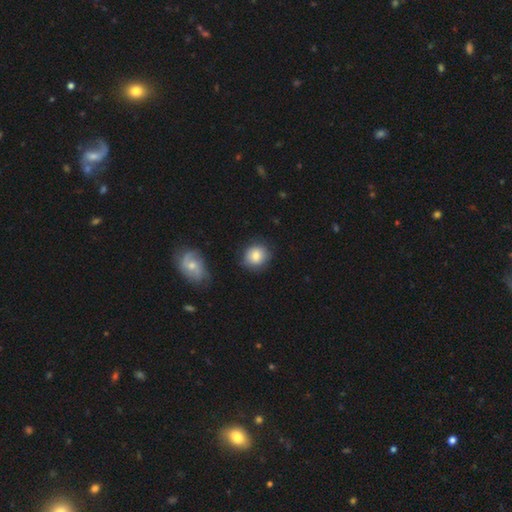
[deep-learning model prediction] This appears to be a smooth galaxy with no disk features (80%) that is round (79%). Merging: none (79%).